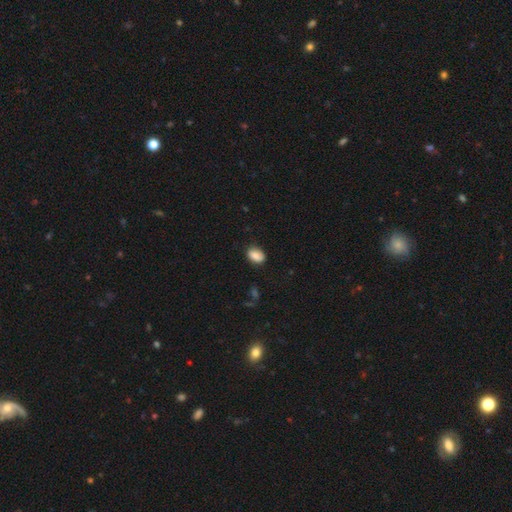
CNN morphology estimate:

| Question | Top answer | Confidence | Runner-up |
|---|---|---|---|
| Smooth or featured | smooth | 84% | featured or disk (8%) |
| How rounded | in between | 82% | round (16%) |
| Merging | none | 77% | minor disturbance (18%) |